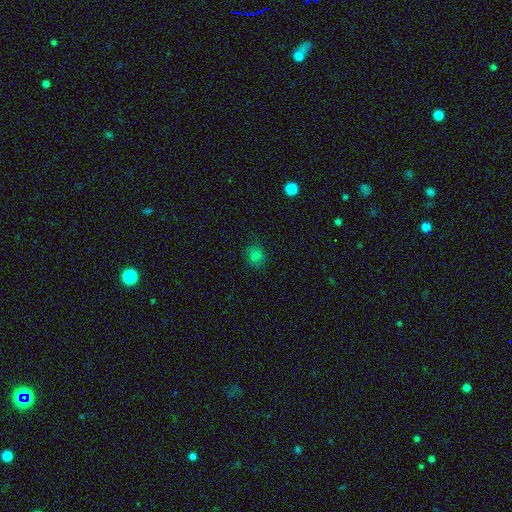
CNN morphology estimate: Smooth or featured?
  - smooth: 77% *
  - star or artifact: 15%
  - featured or disk: 8%
How rounded?
  - round: 77% *
  - in between: 22%
  - cigar-shaped: 1%
Merging?
  - none: 82% *
  - minor disturbance: 13%
  - major disturbance: 3%
  - merger: 1%